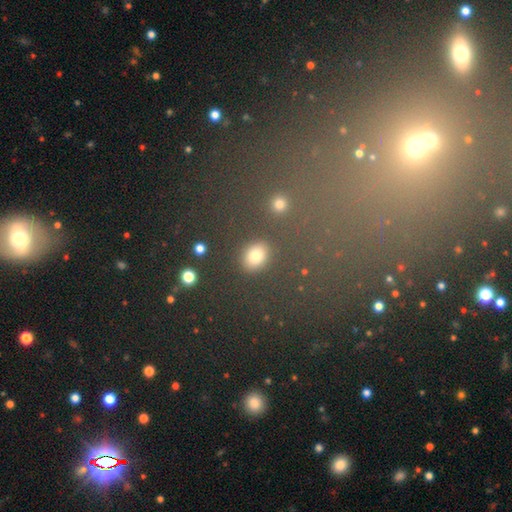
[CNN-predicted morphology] smooth 79%, star or artifact 14%, featured or disk 7%. Down the decision tree: how rounded — in between (57%); merging — none (84%).